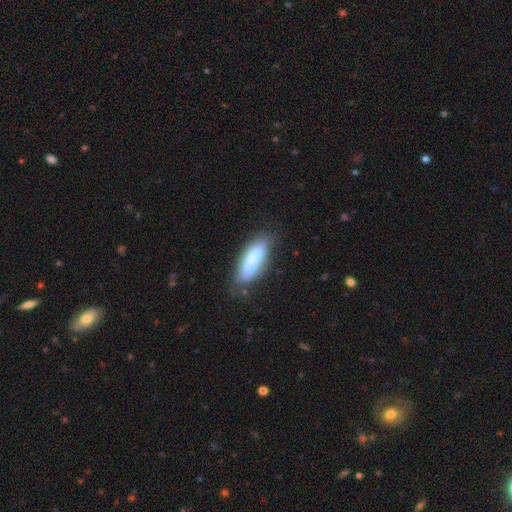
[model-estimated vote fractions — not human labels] Smooth or featured: smooth — 63% (featured or disk — 30%)
How rounded: in between — 67% (cigar-shaped — 30%)
Merging: none — 46% (merger — 28%)